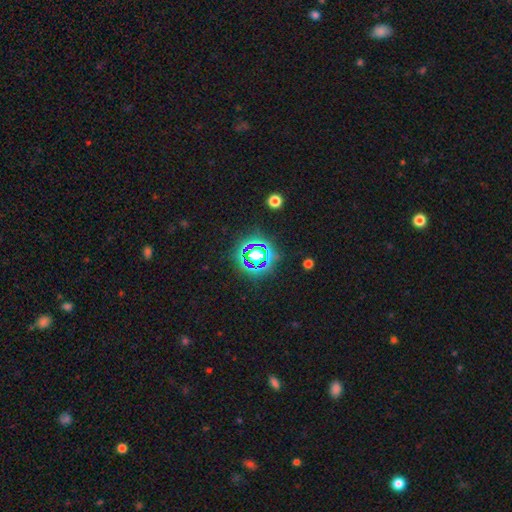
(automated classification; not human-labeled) smooth_or_featured: star or artifact (p=0.63) [alt: smooth p=0.24]